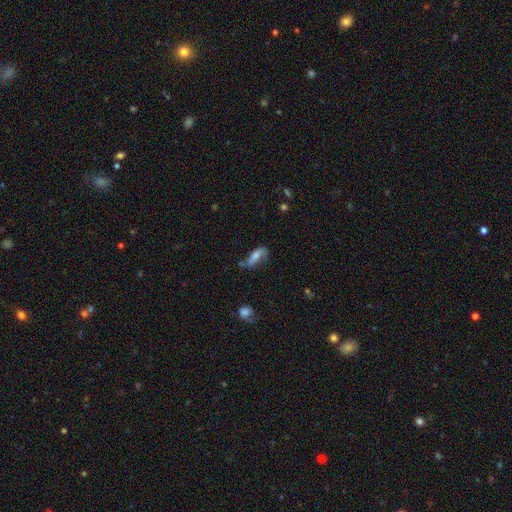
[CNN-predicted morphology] The model was most divided on "smooth or featured": smooth: 49%, featured or disk: 42%, star or artifact: 9%. More confident: merging — none (51%).